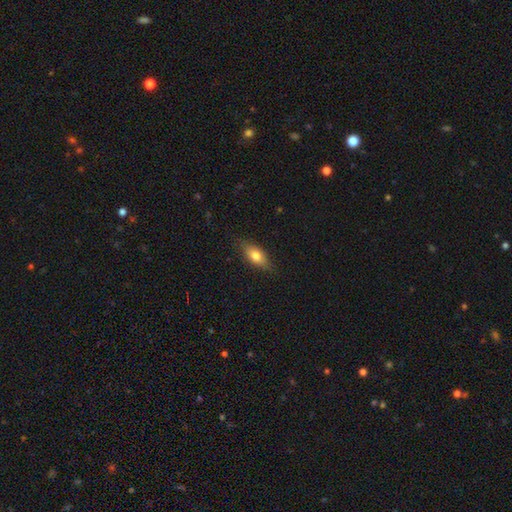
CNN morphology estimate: Overall: smooth (71%). How rounded: in between (79%). Merging: none (79%).